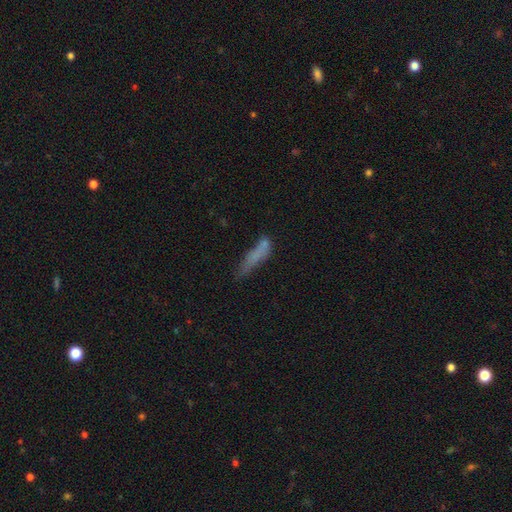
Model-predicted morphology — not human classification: The model was most divided on "merging": none: 47%, minor disturbance: 25%, major disturbance: 15%, merger: 12%. More confident: how rounded — cigar-shaped (78%); smooth or featured — smooth (68%).